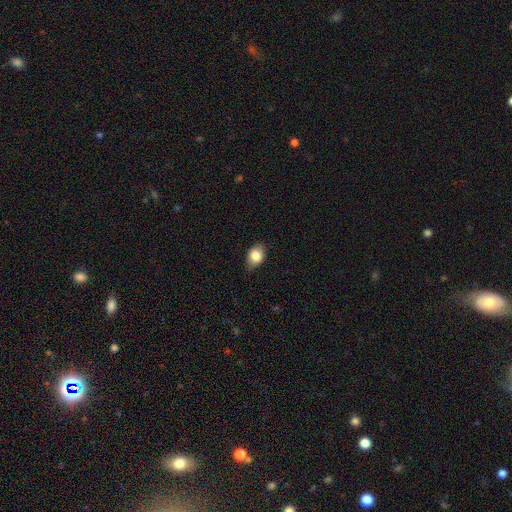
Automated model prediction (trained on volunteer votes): Smooth or featured: smooth — 81% (featured or disk — 11%)
How rounded: in between — 73% (round — 25%)
Merging: none — 78% (minor disturbance — 18%)